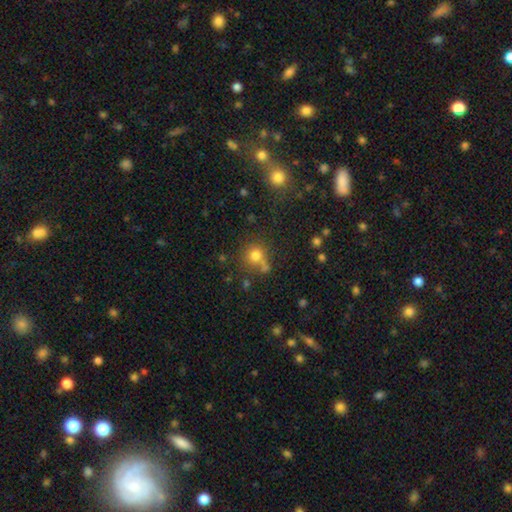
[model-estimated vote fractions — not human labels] This appears to be a smooth galaxy with no disk features (74%) that is round (89%). Merging: none (63%).